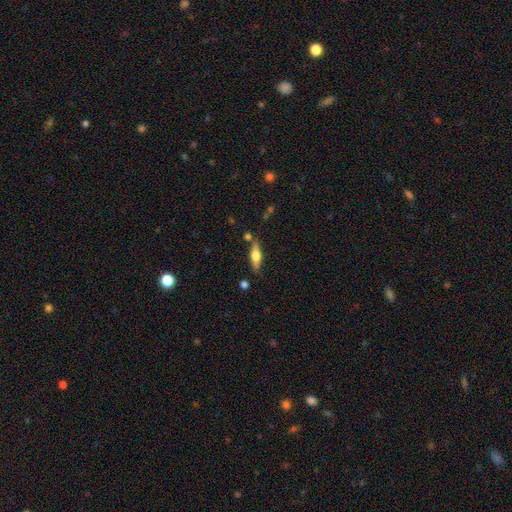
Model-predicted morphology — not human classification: Overall: featured or disk (52%; smooth 41%). Edge-on disk: yes (92%). Merging: none (77%).